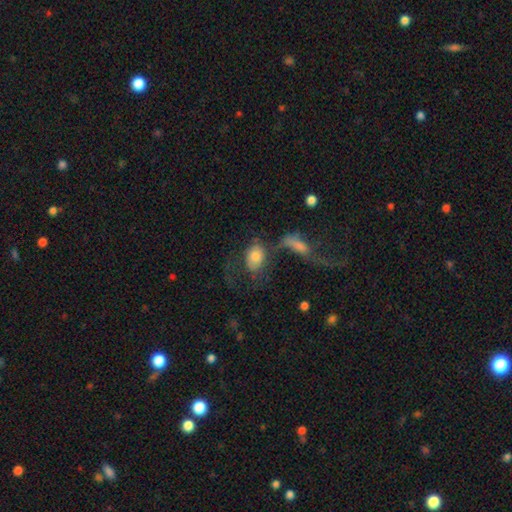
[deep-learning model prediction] Overall: smooth (67%). How rounded: in between (81%). Merging: merger (37%; major disturbance 25%).